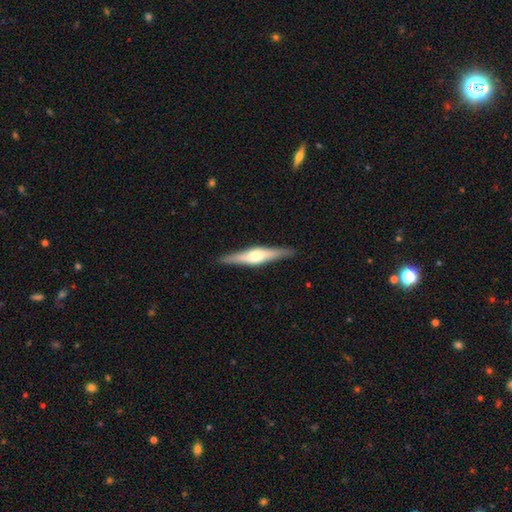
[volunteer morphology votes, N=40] featured or disk 80%, smooth 18%, star or artifact 2%. Down the decision tree: edge-on disk — yes (97%); edge-on bulge — rounded (97%); merging — none (97%).